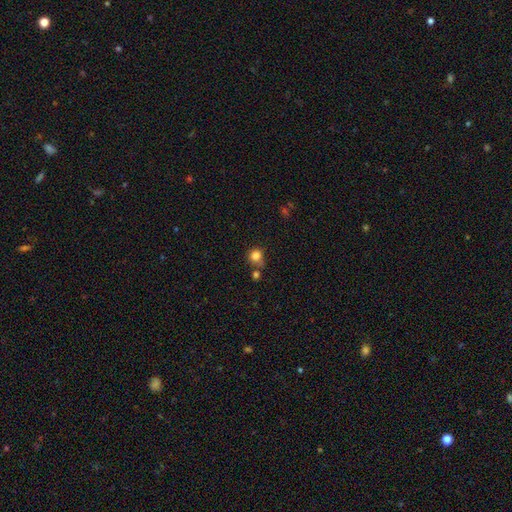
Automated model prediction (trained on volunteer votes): Smooth or featured: smooth — 83% (star or artifact — 12%)
How rounded: round — 87% (in between — 12%)
Merging: none — 58% (merger — 21%)